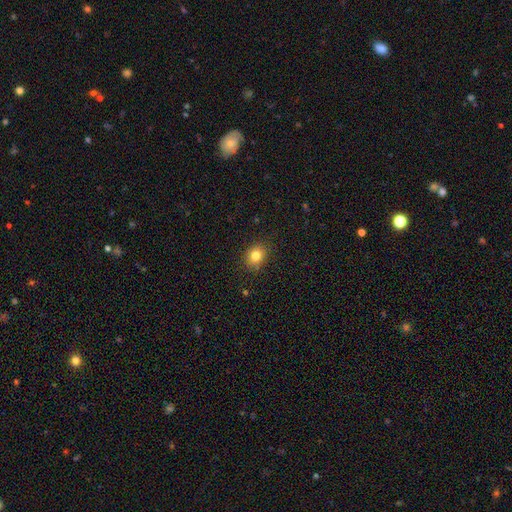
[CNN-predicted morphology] smooth-or-featured: smooth: 81% | star or artifact: 12% | featured or disk: 7%
  how-rounded: round: 60% | in between: 39% | cigar-shaped: 1%
  merging: none: 87% | minor disturbance: 9% | major disturbance: 2% | merger: 1%